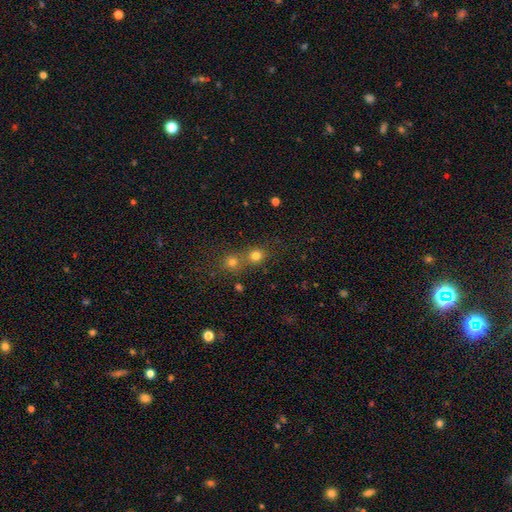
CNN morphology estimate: This is likely a smooth galaxy (76%). How rounded: clearly round (85%). Merging: possibly none (53%).